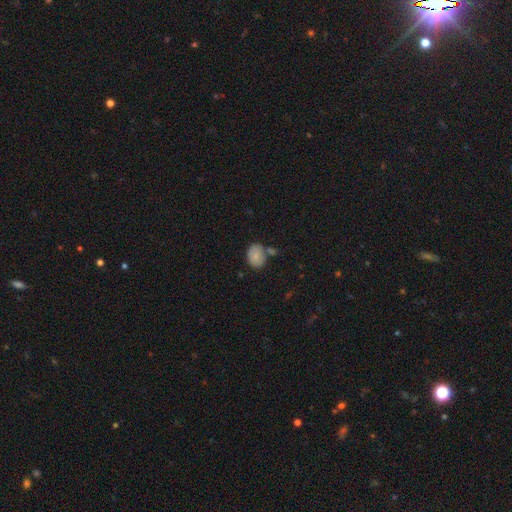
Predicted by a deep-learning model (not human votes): Morphology: type=smooth (82%); roundness=in between (65%); merging=none (59%).